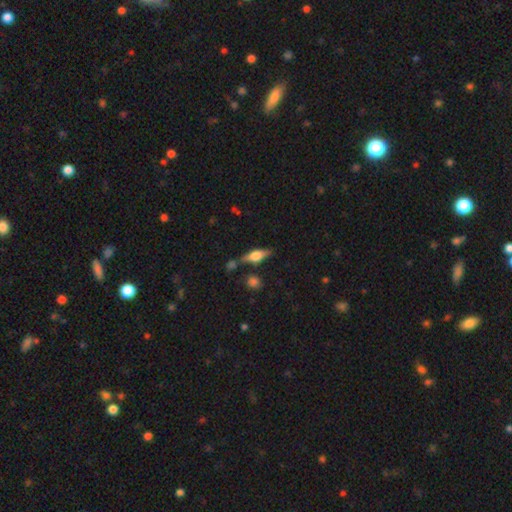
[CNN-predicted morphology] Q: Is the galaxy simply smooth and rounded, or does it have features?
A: featured or disk — 57%.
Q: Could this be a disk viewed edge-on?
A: yes — 94%.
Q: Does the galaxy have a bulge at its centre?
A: rounded — 89%.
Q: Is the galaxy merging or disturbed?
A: none — 76%.